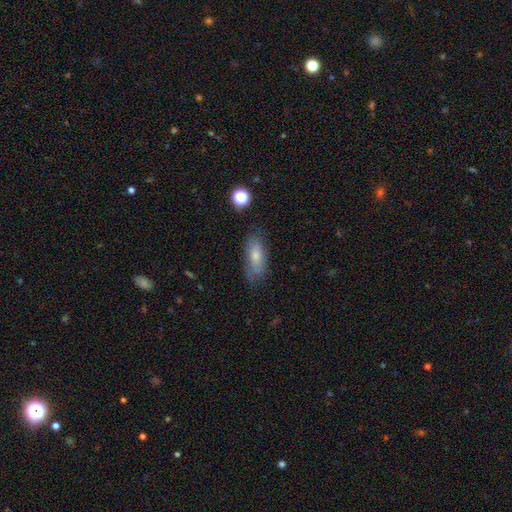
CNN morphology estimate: smooth-or-featured: smooth: 69% | featured or disk: 23% | star or artifact: 8%
  how-rounded: in between: 76% | cigar-shaped: 21% | round: 3%
  merging: none: 67% | minor disturbance: 23% | major disturbance: 7% | merger: 2%